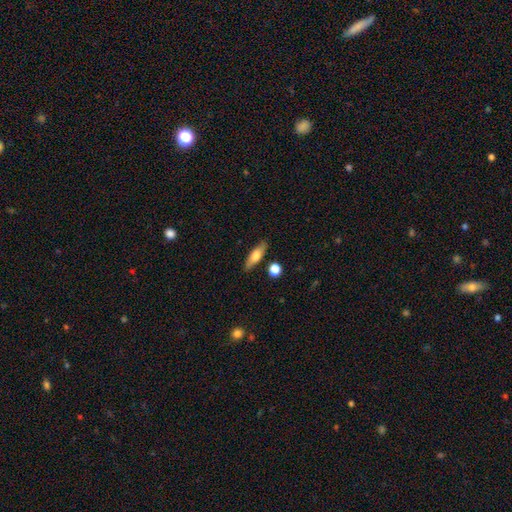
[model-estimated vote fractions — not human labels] A smooth galaxy with no disk features (65%) that is cigar-shaped (51%).

Vote fractions:
- Smooth or featured? smooth: 65% / featured or disk: 28% / star or artifact: 7%
- How rounded? cigar-shaped: 51% / in between: 45% / round: 3%
- Merging? none: 83% / minor disturbance: 11% / merger: 4% / major disturbance: 2%